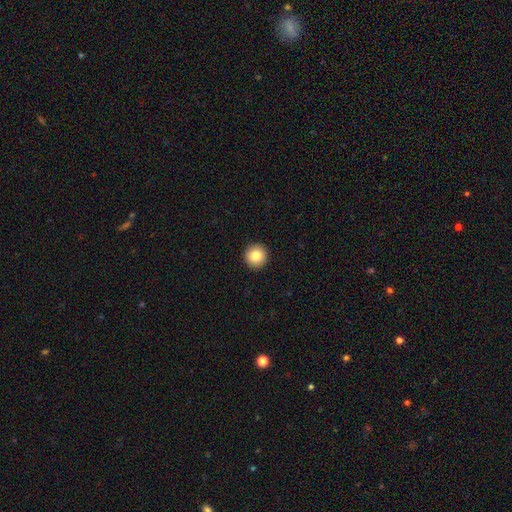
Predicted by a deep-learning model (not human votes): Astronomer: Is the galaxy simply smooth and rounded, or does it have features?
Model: smooth — 84%.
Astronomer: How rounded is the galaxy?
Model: round — 96%.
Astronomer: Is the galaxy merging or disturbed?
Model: none — 94%.